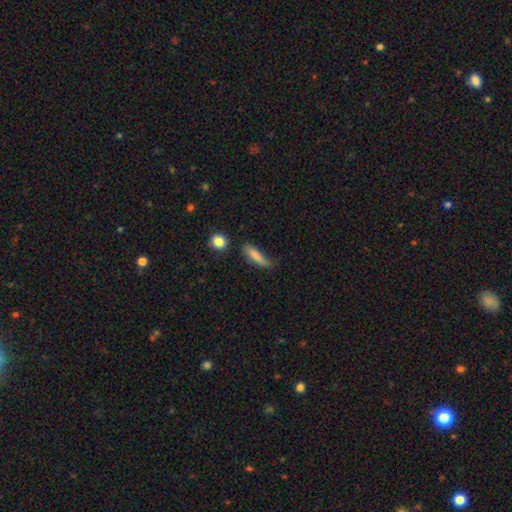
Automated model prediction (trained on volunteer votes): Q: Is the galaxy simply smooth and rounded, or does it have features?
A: smooth — 76%.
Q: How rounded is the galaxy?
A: cigar-shaped — 58%.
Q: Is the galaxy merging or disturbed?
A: none — 49%.